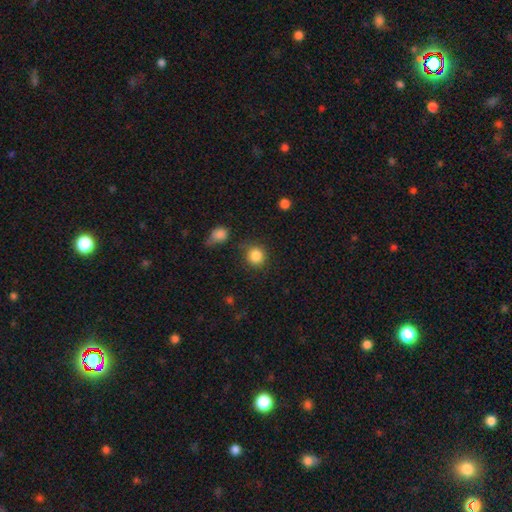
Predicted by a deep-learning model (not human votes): Smooth or featured?
  - smooth: 86% *
  - star or artifact: 10%
  - featured or disk: 4%
How rounded?
  - round: 90% *
  - in between: 9%
  - cigar-shaped: 1%
Merging?
  - none: 80% *
  - minor disturbance: 11%
  - merger: 5%
  - major disturbance: 4%